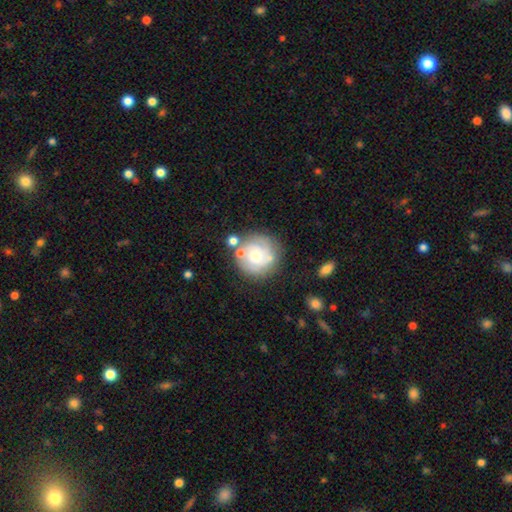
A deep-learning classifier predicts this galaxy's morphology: smooth_or_featured: featured or disk (p=0.47) [alt: smooth p=0.45]
merging: none (p=0.64) [alt: minor disturbance p=0.17]